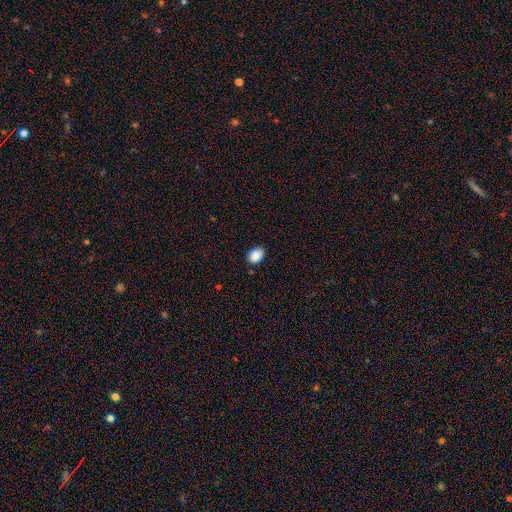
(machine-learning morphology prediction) Smooth or featured: smooth — 89% (star or artifact — 8%)
How rounded: in between — 71% (round — 28%)
Merging: none — 84% (minor disturbance — 12%)